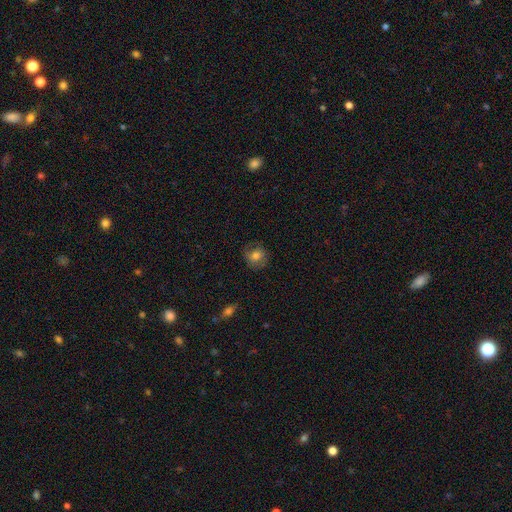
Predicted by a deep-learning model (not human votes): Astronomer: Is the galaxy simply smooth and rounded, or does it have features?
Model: smooth — 68%.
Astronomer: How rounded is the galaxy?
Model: round — 79%.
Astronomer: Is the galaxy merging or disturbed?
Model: none — 73%.